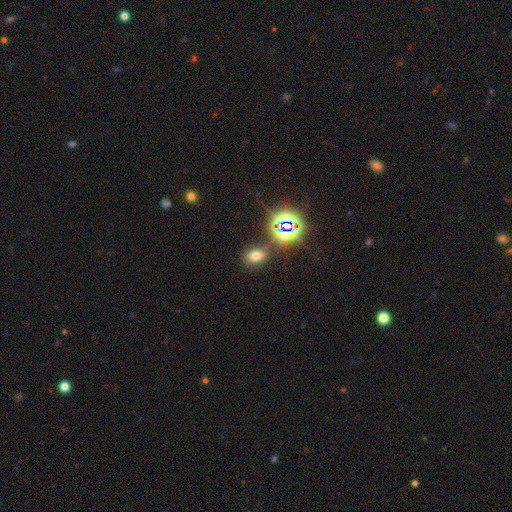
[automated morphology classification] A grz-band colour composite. It shows a smooth galaxy with no disk features (55%) that is in between round and cigar-shaped (69%). Merging: none (72%).